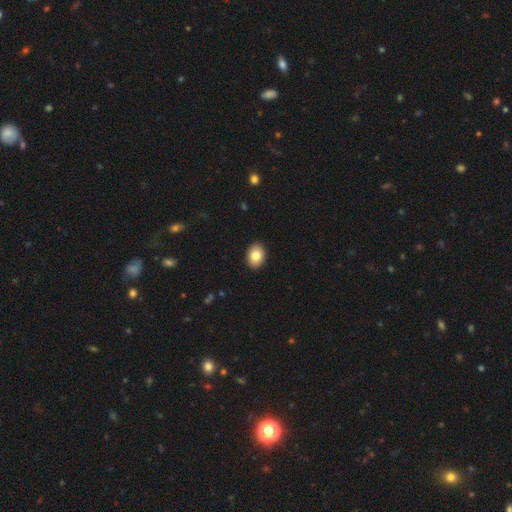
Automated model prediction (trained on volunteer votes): Smooth or featured?
  - smooth: 82% *
  - featured or disk: 10%
  - star or artifact: 8%
How rounded?
  - in between: 71% *
  - round: 28%
  - cigar-shaped: 1%
Merging?
  - none: 91% *
  - minor disturbance: 6%
  - major disturbance: 2%
  - merger: 1%